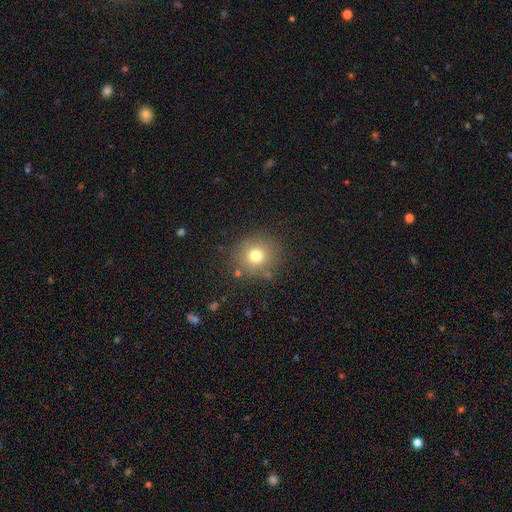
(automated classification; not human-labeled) Q: Smooth or featured?
A: smooth (74%); runner-up: star or artifact (15%)
Q: How rounded?
A: round (89%); runner-up: in between (10%)
Q: Merging?
A: none (84%); runner-up: minor disturbance (9%)